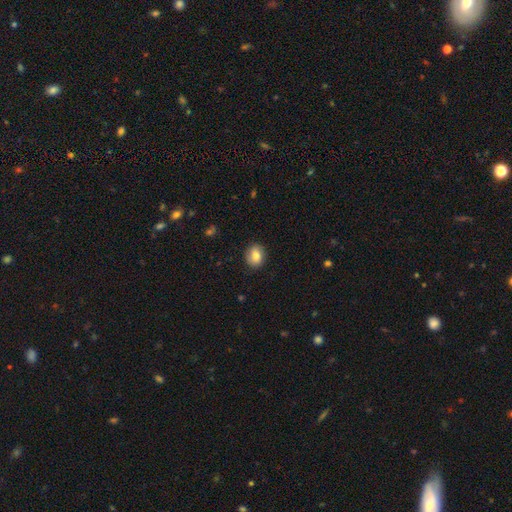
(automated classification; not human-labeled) Smooth or featured? smooth (80%)
How rounded? round (59%)
Merging? none (86%)